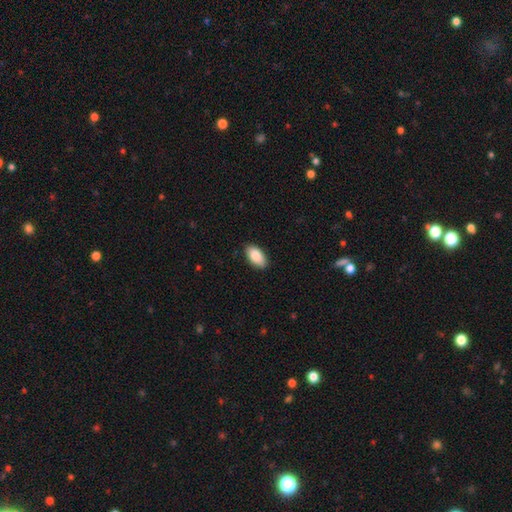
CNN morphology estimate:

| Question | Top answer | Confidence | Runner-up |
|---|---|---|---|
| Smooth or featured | smooth | 87% | featured or disk (7%) |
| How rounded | in between | 94% | cigar-shaped (3%) |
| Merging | none | 89% | minor disturbance (9%) |